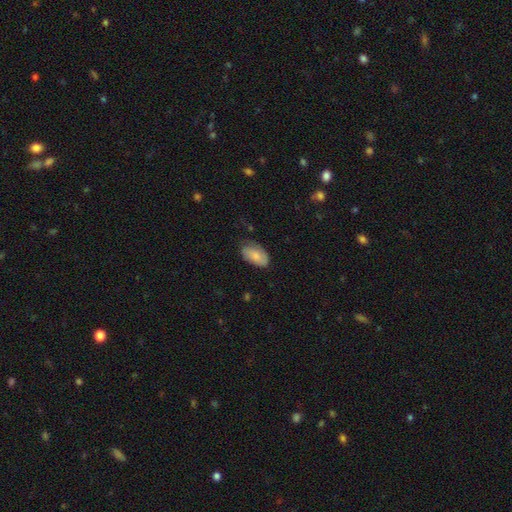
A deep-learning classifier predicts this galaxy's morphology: The model was most divided on "merging": none: 65%, minor disturbance: 27%, major disturbance: 7%, merger: 1%. More confident: how rounded — in between (94%); smooth or featured — smooth (73%).